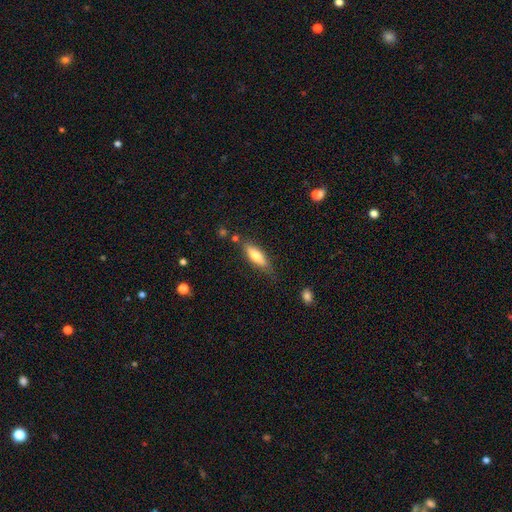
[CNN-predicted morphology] The model was most divided on "how rounded": in between: 50%, cigar-shaped: 48%, round: 2%. More confident: merging — none (74%); smooth or featured — smooth (68%).